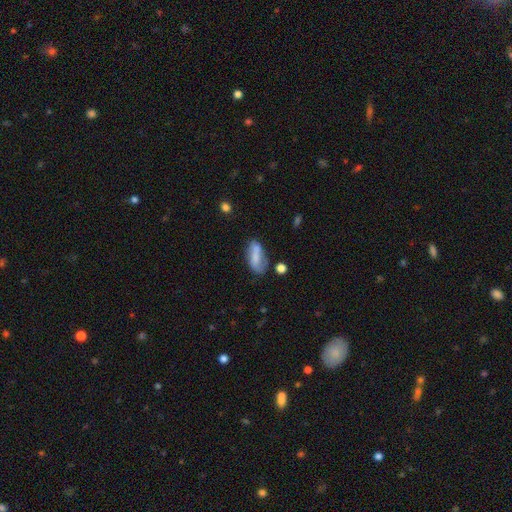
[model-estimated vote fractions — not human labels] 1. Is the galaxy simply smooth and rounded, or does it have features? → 66% smooth, 25% featured or disk, 8% star or artifact.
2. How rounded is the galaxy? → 79% in between, 18% cigar-shaped, 3% round.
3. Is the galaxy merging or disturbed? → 47% none, 28% minor disturbance, 13% major disturbance, 11% merger.